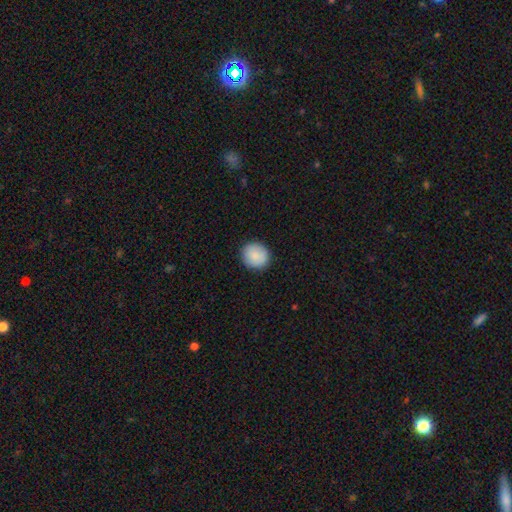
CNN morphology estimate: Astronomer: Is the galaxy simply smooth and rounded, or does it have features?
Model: smooth — 88%.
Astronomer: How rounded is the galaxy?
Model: round — 84%.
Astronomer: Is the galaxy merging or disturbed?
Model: none — 89%.